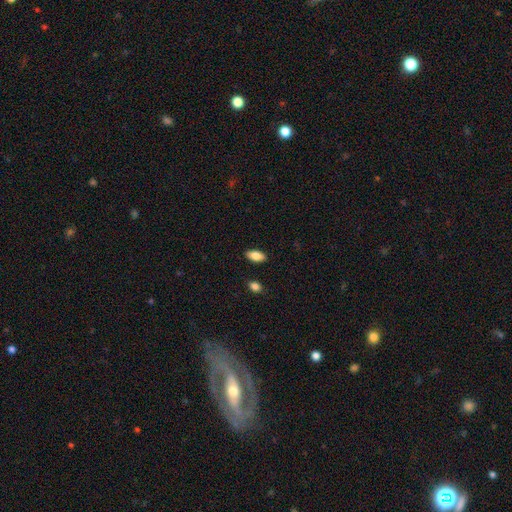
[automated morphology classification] Smooth or featured? smooth (85%)
How rounded? in between (92%)
Merging? none (88%)